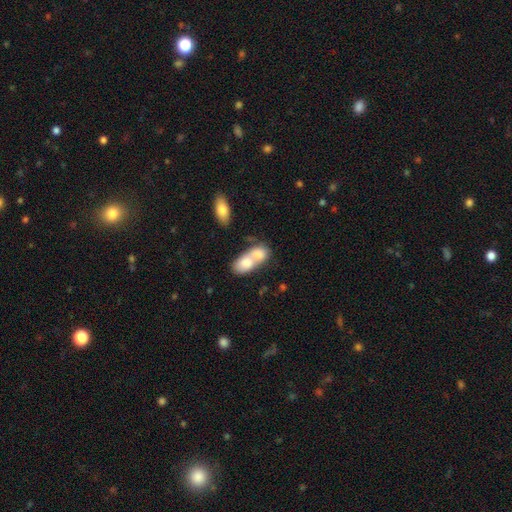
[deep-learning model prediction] A smooth galaxy with no disk features (76%) that is in between round and cigar-shaped (78%).

Vote fractions:
- Smooth or featured? smooth: 76% / featured or disk: 18% / star or artifact: 7%
- How rounded? in between: 78% / round: 18% / cigar-shaped: 4%
- Merging? merger: 76% / none: 15% / minor disturbance: 6% / major disturbance: 3%